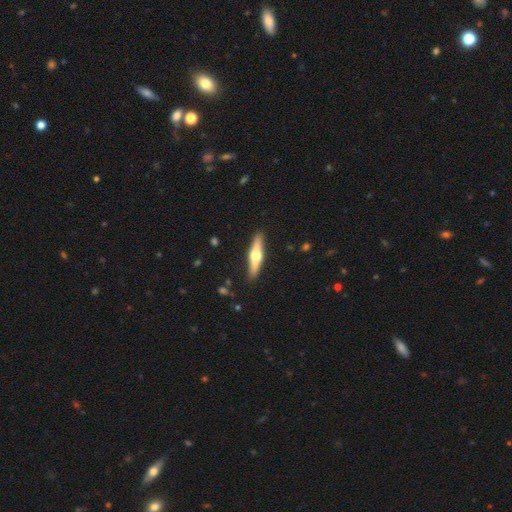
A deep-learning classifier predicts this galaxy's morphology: Overall: featured or disk (54%; smooth 41%). Edge-on disk: yes (94%). Edge-on bulge: rounded (94%). Merging: none (90%).